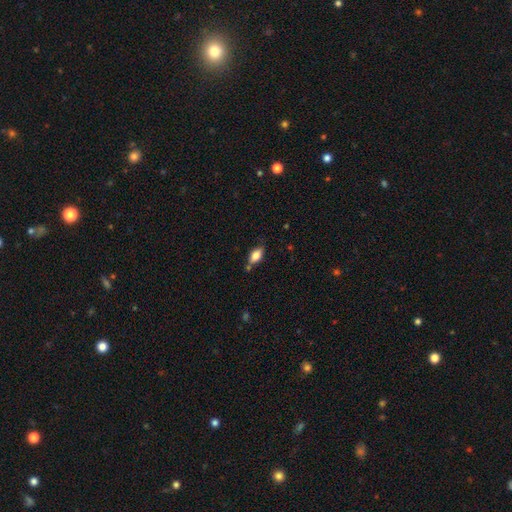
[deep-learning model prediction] Smooth or featured?
  - smooth: 80% *
  - featured or disk: 12%
  - star or artifact: 8%
How rounded?
  - in between: 88% *
  - cigar-shaped: 7%
  - round: 5%
Merging?
  - none: 67% *
  - minor disturbance: 19%
  - merger: 9%
  - major disturbance: 4%